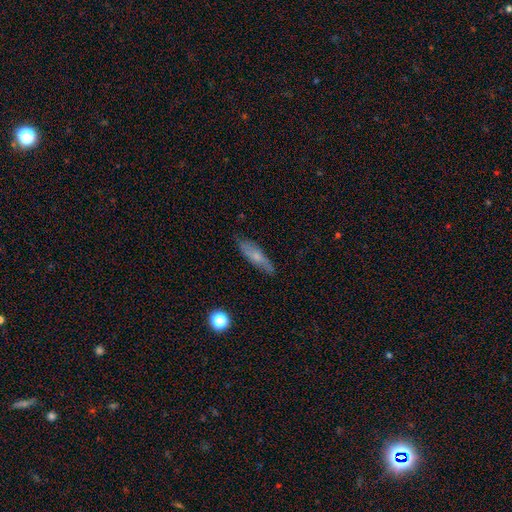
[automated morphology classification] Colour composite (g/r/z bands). It shows a smooth galaxy with no disk features (58%) that is cigar-shaped (62%). Merging: none (81%).